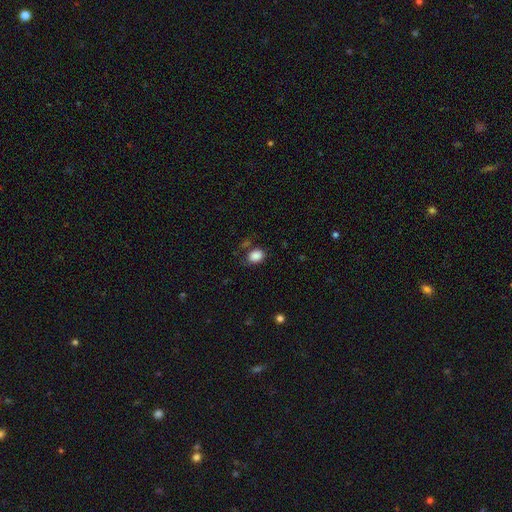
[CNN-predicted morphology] A smooth galaxy with no disk features (87%) that is in between round and cigar-shaped (65%). Merging: none (69%).